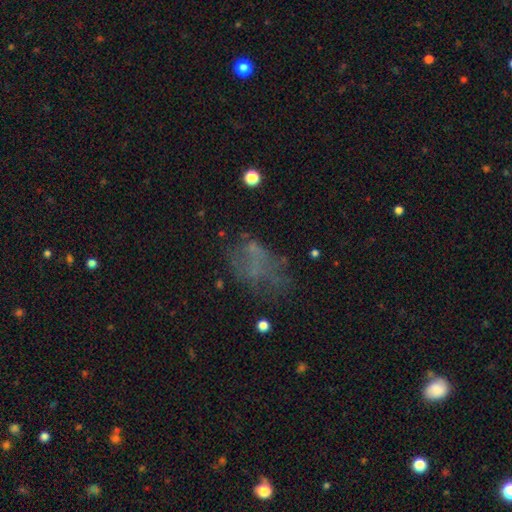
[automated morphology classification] smooth-or-featured: smooth: 39% | featured or disk: 38% | star or artifact: 22%
  merging: none: 45% | major disturbance: 30% | minor disturbance: 20% | merger: 5%